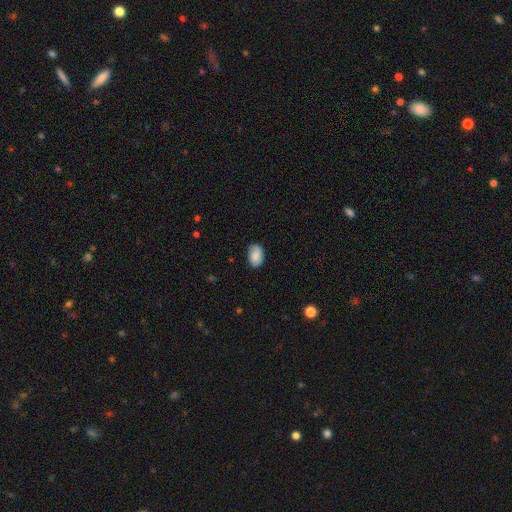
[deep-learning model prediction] smooth 84%, featured or disk 9%, star or artifact 7%. Down the decision tree: how rounded — in between (85%); merging — none (81%).